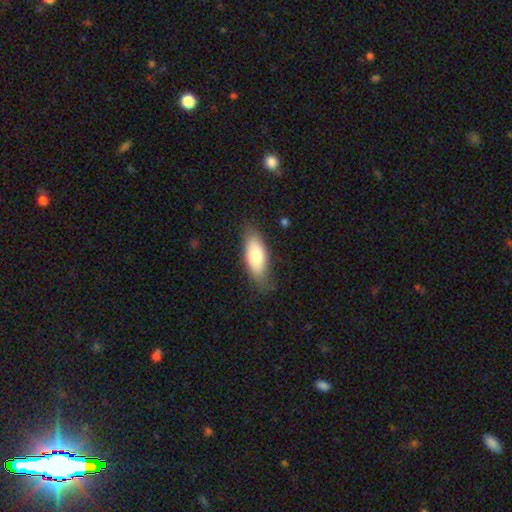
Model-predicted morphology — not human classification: Smooth or featured: smooth — 75% (featured or disk — 19%)
How rounded: in between — 78% (cigar-shaped — 20%)
Merging: none — 73% (minor disturbance — 20%)